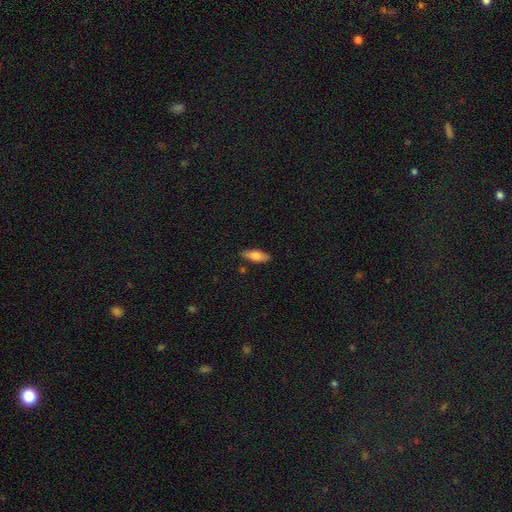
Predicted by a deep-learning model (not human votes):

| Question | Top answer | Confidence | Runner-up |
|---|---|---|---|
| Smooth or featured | smooth | 72% | featured or disk (22%) |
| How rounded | in between | 64% | cigar-shaped (34%) |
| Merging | none | 86% | minor disturbance (10%) |